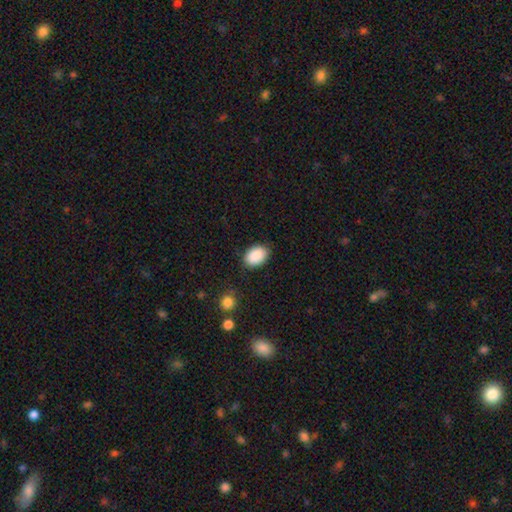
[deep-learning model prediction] Morphology: type=smooth (90%); roundness=in between (86%); merging=none (85%).